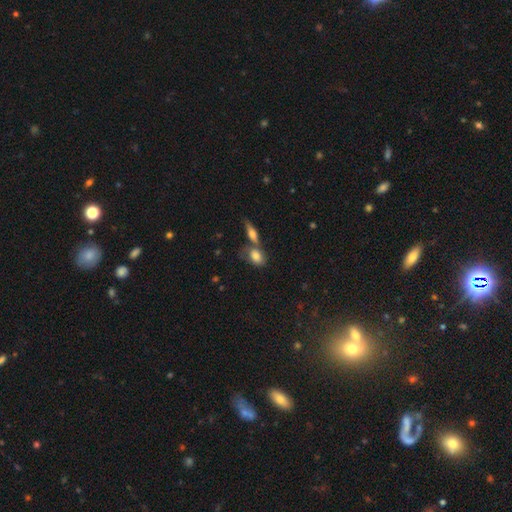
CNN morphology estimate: smooth-or-featured: smooth: 77% | featured or disk: 15% | star or artifact: 8%
  how-rounded: in between: 81% | round: 14% | cigar-shaped: 5%
  merging: none: 43% | merger: 37% | minor disturbance: 14% | major disturbance: 5%